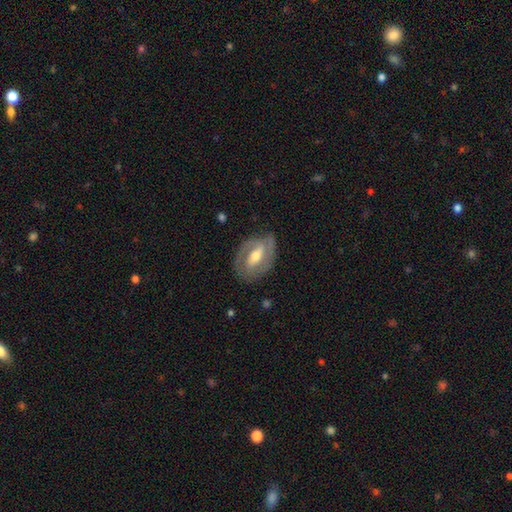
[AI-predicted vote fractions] featured or disk 82%, smooth 13%, star or artifact 5%. Down the decision tree: edge-on disk — no (95%); bar — strong (45%); spiral arms — yes (88%); spiral arm count — 2 (80%); spiral winding — tight (46%); bulge size — moderate (65%); merging — none (78%).